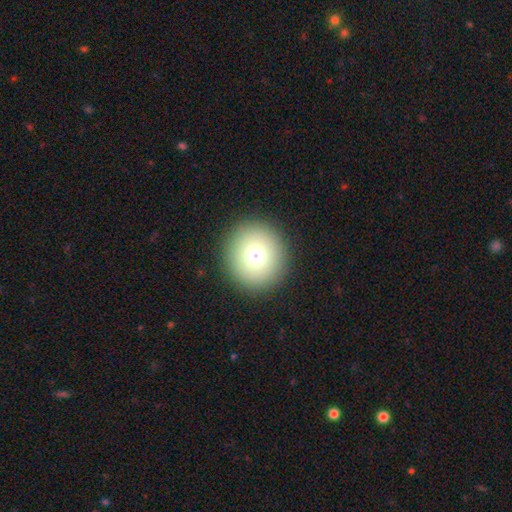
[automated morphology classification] This is likely a smooth galaxy (75%). How rounded: clearly round (91%). Merging: clearly none (92%).